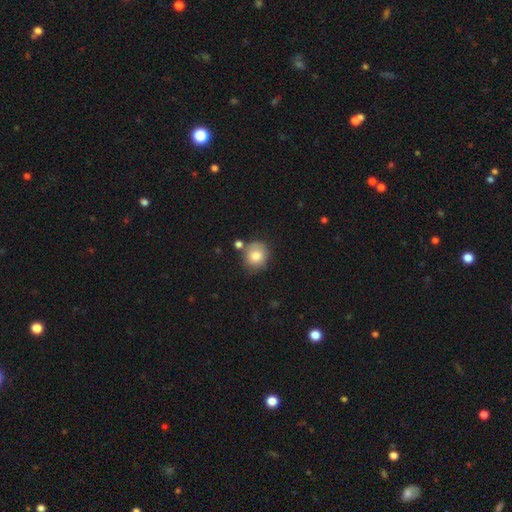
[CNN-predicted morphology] Smooth or featured? Predicted: smooth (p=0.80). How rounded? Predicted: round (p=0.80). Merging? Predicted: none (p=0.66).